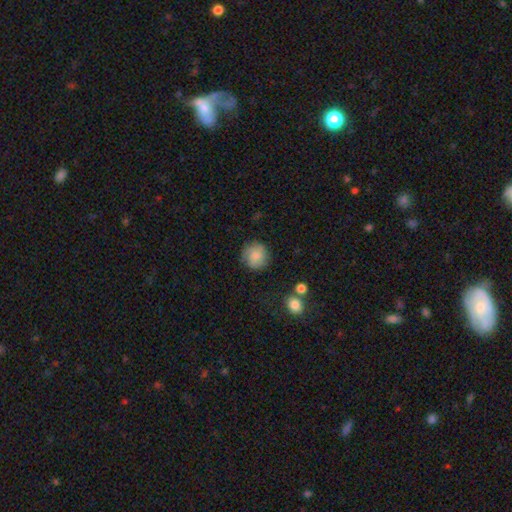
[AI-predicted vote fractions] The model was most divided on "smooth or featured": smooth: 80%, featured or disk: 13%, star or artifact: 8%. More confident: how rounded — round (91%); merging — none (81%).